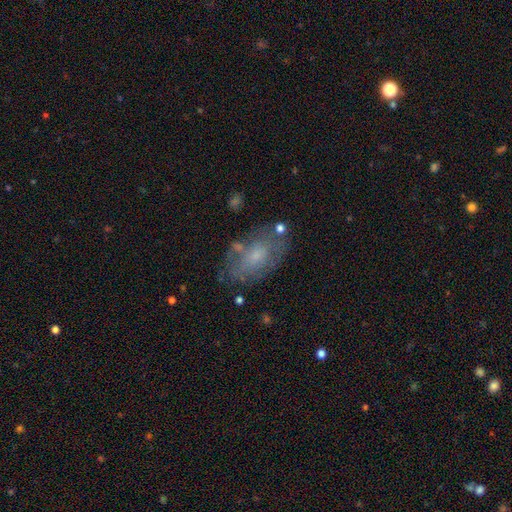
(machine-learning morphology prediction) type=smooth (46%); merging=none (63%).